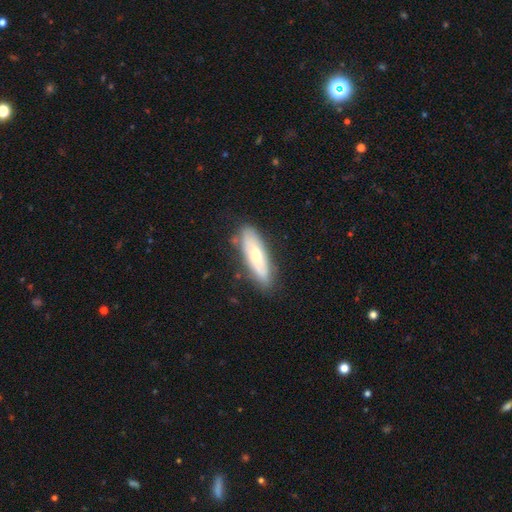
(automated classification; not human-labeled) Smooth or featured: smooth — 49% (featured or disk — 44%)
Merging: none — 81% (minor disturbance — 14%)